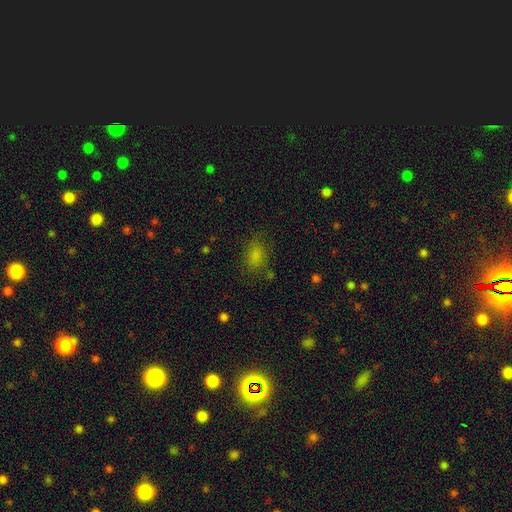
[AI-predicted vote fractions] Q: Smooth or featured?
A: smooth (80%); runner-up: star or artifact (14%)
Q: How rounded?
A: in between (80%); runner-up: round (18%)
Q: Merging?
A: none (72%); runner-up: minor disturbance (18%)